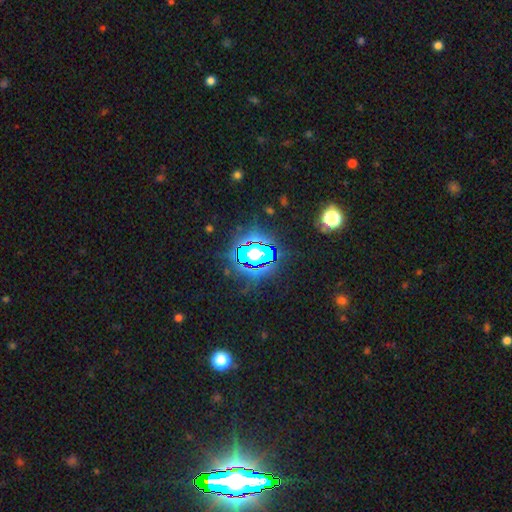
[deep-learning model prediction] Morphology: type=star or artifact (80%).